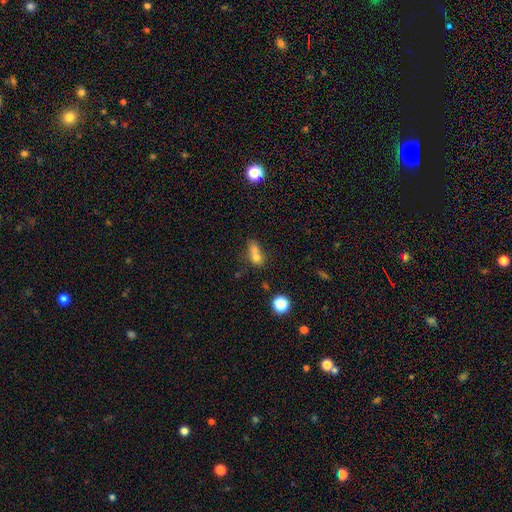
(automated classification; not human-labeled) Smooth or featured?
  - smooth: 69% *
  - featured or disk: 17%
  - star or artifact: 14%
How rounded?
  - round: 63% *
  - in between: 35%
  - cigar-shaped: 2%
Merging?
  - merger: 65% *
  - none: 24%
  - minor disturbance: 7%
  - major disturbance: 4%